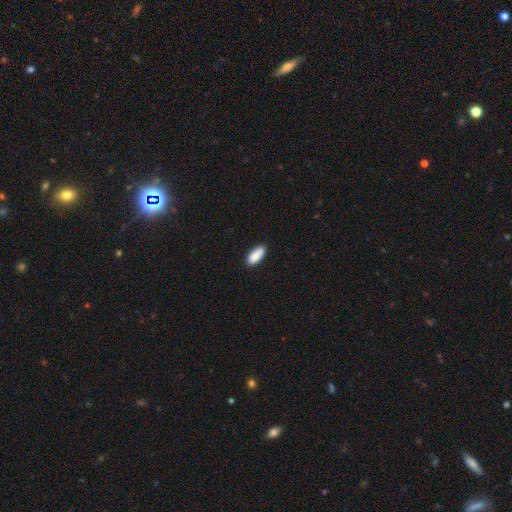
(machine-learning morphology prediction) This appears to be a smooth galaxy with no disk features (89%) that is in between round and cigar-shaped (83%). Merging: none (84%).